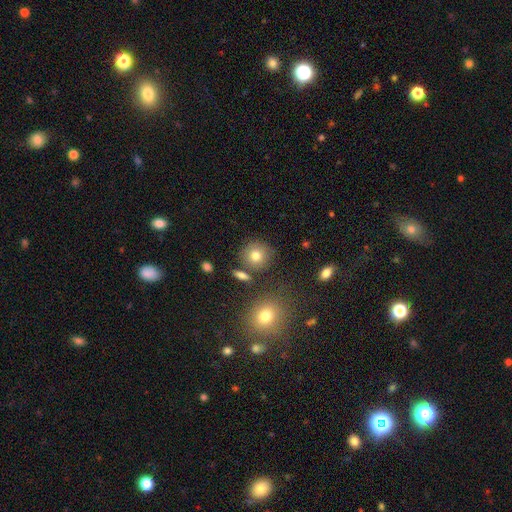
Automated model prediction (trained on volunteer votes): smooth-or-featured: smooth: 77% | star or artifact: 12% | featured or disk: 11%
  how-rounded: round: 88% | in between: 10% | cigar-shaped: 1%
  merging: none: 80% | minor disturbance: 9% | merger: 7% | major disturbance: 3%